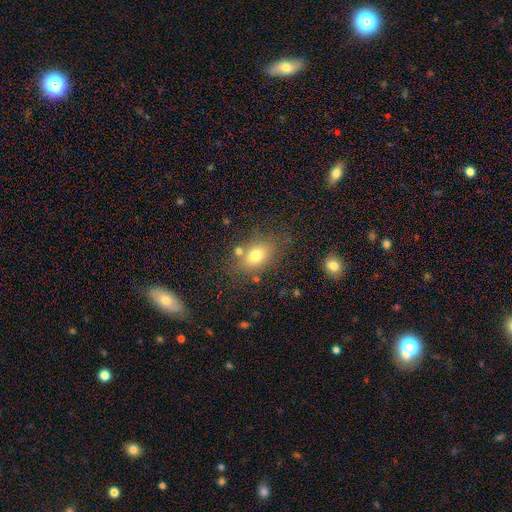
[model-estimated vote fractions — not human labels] smooth-or-featured: smooth: 73% | featured or disk: 15% | star or artifact: 12%
  how-rounded: in between: 74% | round: 24% | cigar-shaped: 2%
  merging: none: 67% | minor disturbance: 16% | merger: 11% | major disturbance: 7%